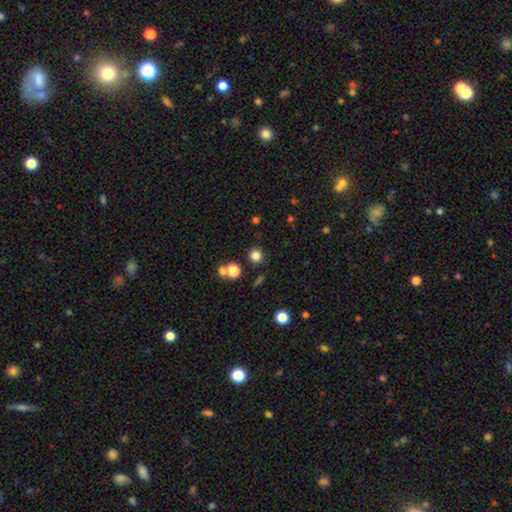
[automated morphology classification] The model was most divided on "smooth or featured": smooth: 81%, star or artifact: 15%, featured or disk: 5%. More confident: how rounded — round (92%); merging — none (86%).